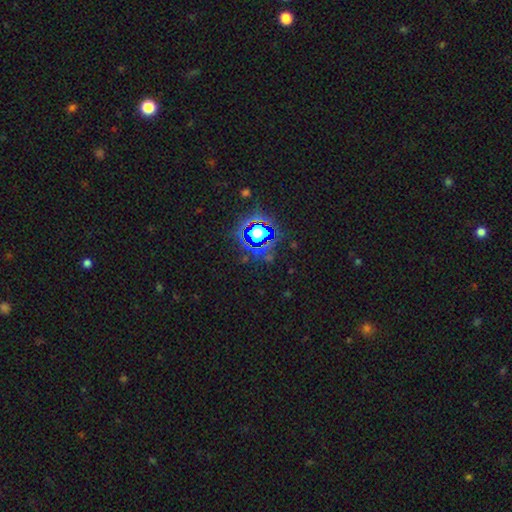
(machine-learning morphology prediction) Q: Smooth or featured?
A: star or artifact (81%); runner-up: smooth (12%)